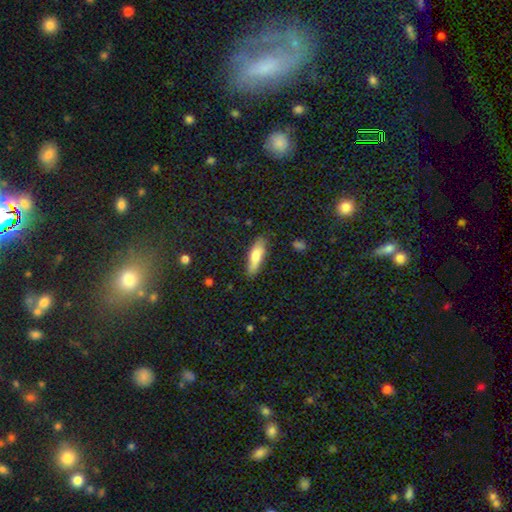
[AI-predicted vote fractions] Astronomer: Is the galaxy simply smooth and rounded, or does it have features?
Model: smooth — 74%.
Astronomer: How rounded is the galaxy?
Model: cigar-shaped — 53% (runner-up: in between, 46%).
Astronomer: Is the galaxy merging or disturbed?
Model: none — 81%.